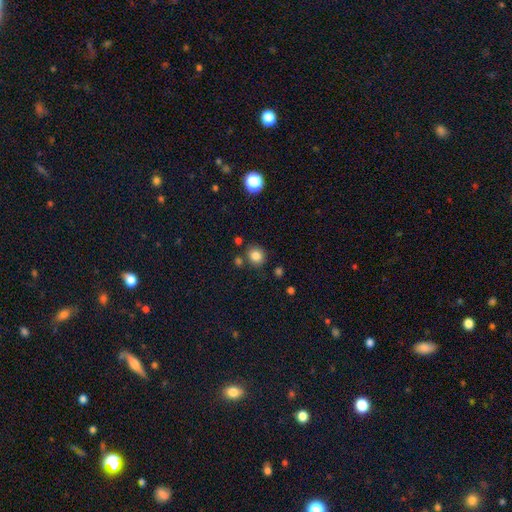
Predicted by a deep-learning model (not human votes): A smooth galaxy with no disk features (83%) that is round (78%).

Vote fractions:
- Smooth or featured? smooth: 83% / star or artifact: 11% / featured or disk: 5%
- How rounded? round: 78% / in between: 21% / cigar-shaped: 1%
- Merging? none: 79% / minor disturbance: 11% / merger: 7% / major disturbance: 3%